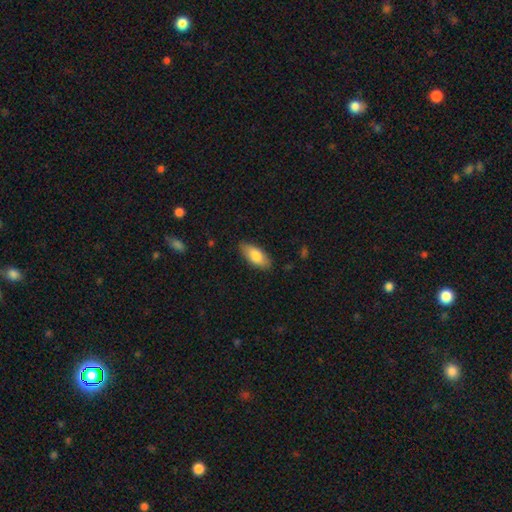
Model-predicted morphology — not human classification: Smooth or featured: smooth — 79% (featured or disk — 15%)
How rounded: in between — 83% (cigar-shaped — 14%)
Merging: none — 84% (minor disturbance — 13%)